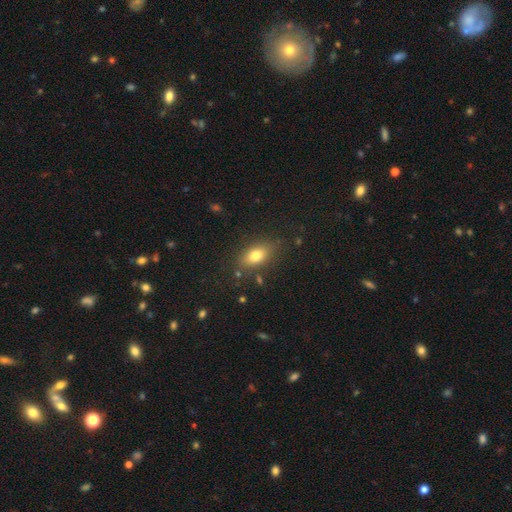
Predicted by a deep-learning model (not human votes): smooth_or_featured: smooth (p=0.77) [alt: featured or disk p=0.13]
how_rounded: in between (p=0.84) [alt: round p=0.10]
merging: none (p=0.81) [alt: minor disturbance p=0.13]